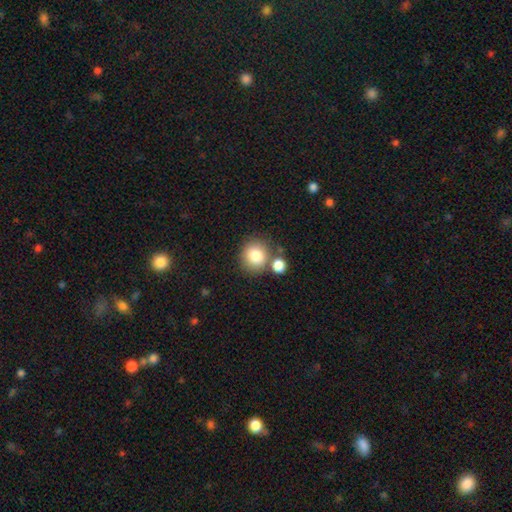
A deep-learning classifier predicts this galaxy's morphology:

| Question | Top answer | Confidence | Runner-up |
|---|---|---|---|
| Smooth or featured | smooth | 82% | star or artifact (9%) |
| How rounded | round | 85% | in between (14%) |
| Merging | none | 66% | merger (19%) |